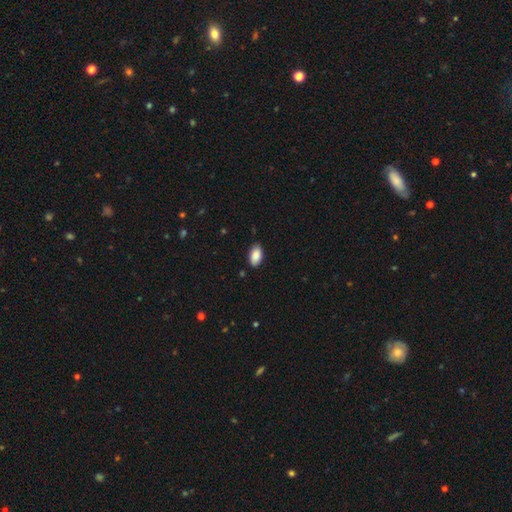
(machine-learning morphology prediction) smooth 89%, star or artifact 7%, featured or disk 4%. Down the decision tree: how rounded — in between (94%); merging — none (84%).